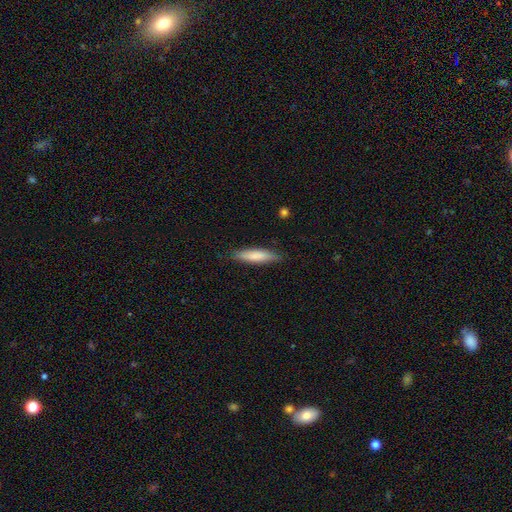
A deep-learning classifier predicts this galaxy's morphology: smooth_or_featured: smooth (p=0.78) [alt: featured or disk p=0.17]
how_rounded: cigar-shaped (p=0.78) [alt: in between p=0.20]
merging: none (p=0.83) [alt: minor disturbance p=0.13]